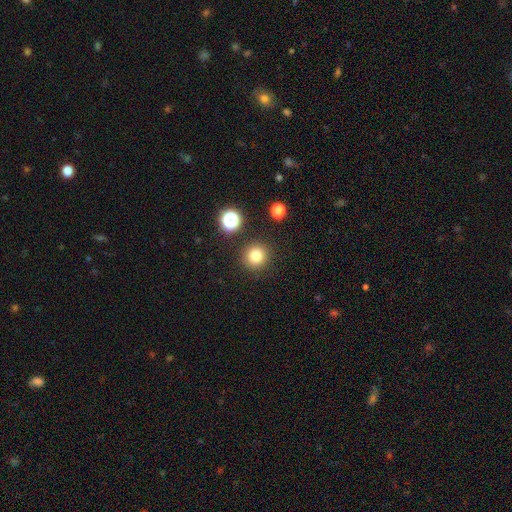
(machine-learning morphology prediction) This is likely a smooth galaxy (79%). How rounded: clearly round (94%). Merging: clearly none (89%).